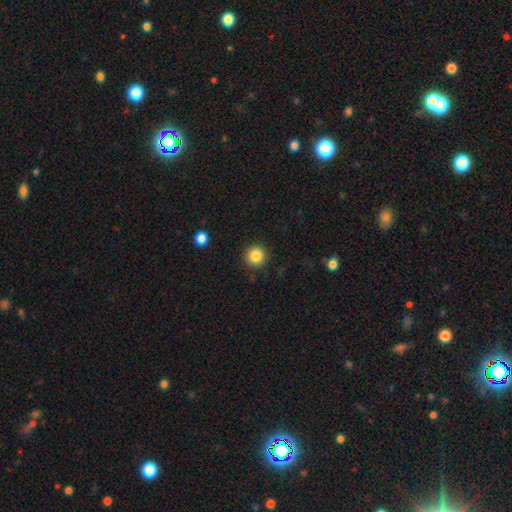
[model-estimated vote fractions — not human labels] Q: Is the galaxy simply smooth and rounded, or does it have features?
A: smooth — 85%.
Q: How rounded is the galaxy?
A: round — 95%.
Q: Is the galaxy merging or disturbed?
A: none — 90%.